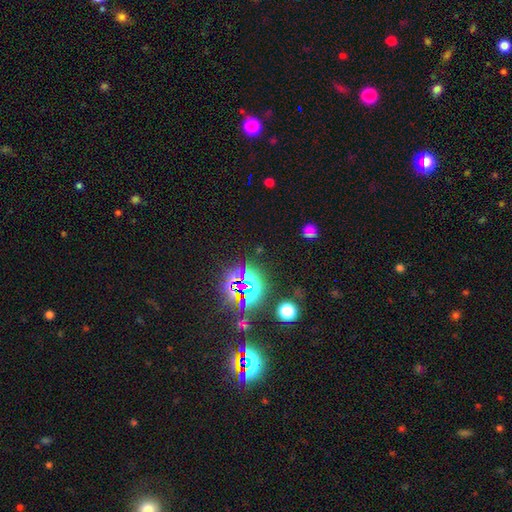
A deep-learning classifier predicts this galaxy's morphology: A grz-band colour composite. It shows a star or artifact, not a galaxy (76%).